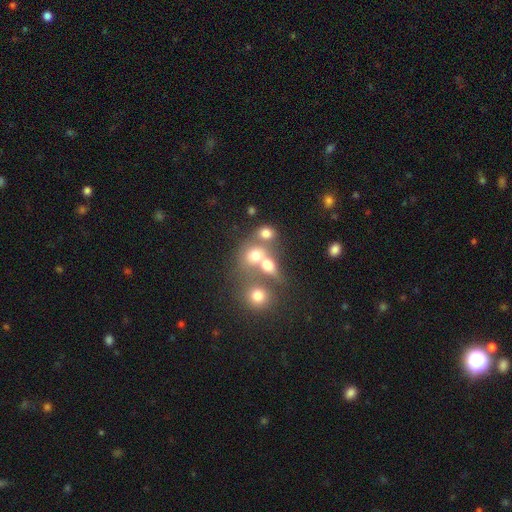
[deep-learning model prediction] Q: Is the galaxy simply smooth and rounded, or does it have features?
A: smooth — 67%.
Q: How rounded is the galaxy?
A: round — 65%.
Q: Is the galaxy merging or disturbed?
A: merger — 50%.